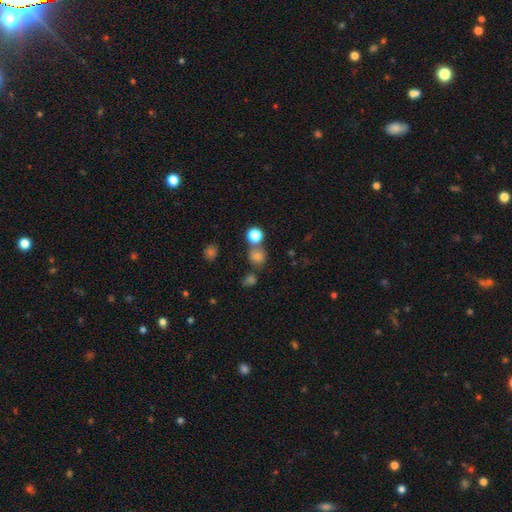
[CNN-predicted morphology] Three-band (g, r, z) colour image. It shows a smooth galaxy with no disk features (68%) that is round (78%). Merging: none (64%).